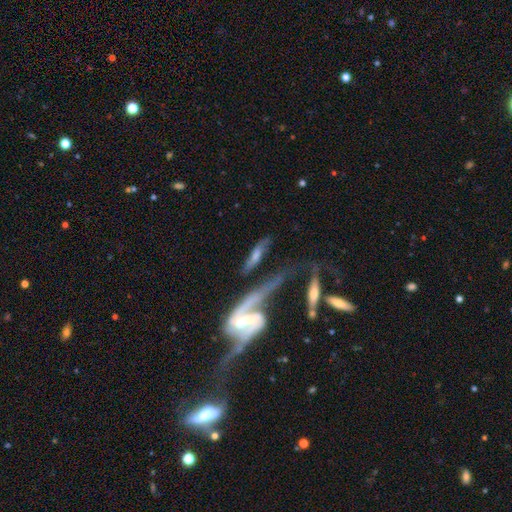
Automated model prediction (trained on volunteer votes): A featured or disk galaxy (56%).

Vote fractions:
- Smooth or featured? featured or disk: 56% / smooth: 36% / star or artifact: 9%
- Edge-on disk? no: 65% / yes: 35%
- Merging? none: 35% / merger: 29% / major disturbance: 19% / minor disturbance: 17%